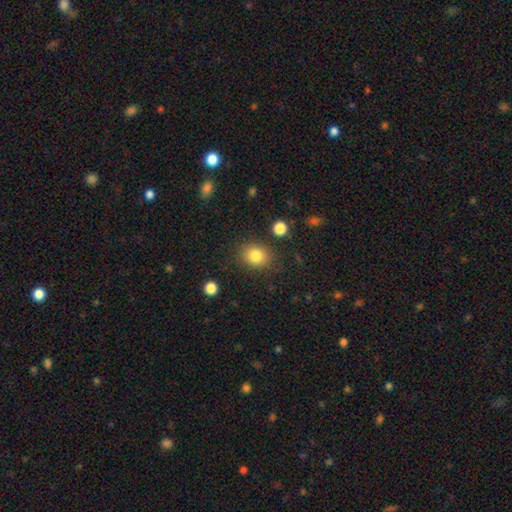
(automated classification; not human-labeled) A smooth galaxy with no disk features (83%) that is round (56%).

Vote fractions:
- Smooth or featured? smooth: 83% / star or artifact: 10% / featured or disk: 7%
- How rounded? round: 56% / in between: 43% / cigar-shaped: 1%
- Merging? none: 83% / minor disturbance: 11% / major disturbance: 4% / merger: 2%